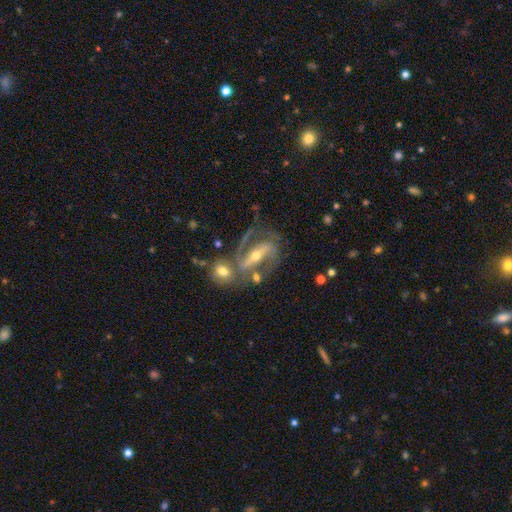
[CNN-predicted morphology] smooth_or_featured: featured or disk (p=0.74) [alt: star or artifact p=0.13]
disk_edge_on: no (p=0.92) [alt: yes p=0.08]
bar: weak (p=0.41) [alt: strong p=0.31]
has_spiral_arms: yes (p=0.77) [alt: no p=0.23]
spiral_winding: medium (p=0.42) [alt: loose p=0.31]
spiral_arm_count: 2 (p=0.70) [alt: can't tell p=0.15]
bulge_size: moderate (p=0.45) [alt: small p=0.44]
merging: merger (p=0.41) [alt: none p=0.35]